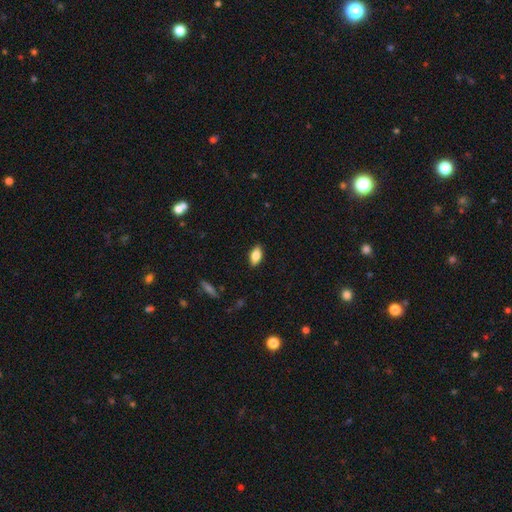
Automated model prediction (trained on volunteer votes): Q: Smooth or featured?
A: smooth (78%); runner-up: featured or disk (15%)
Q: How rounded?
A: in between (88%); runner-up: cigar-shaped (9%)
Q: Merging?
A: none (87%); runner-up: minor disturbance (10%)